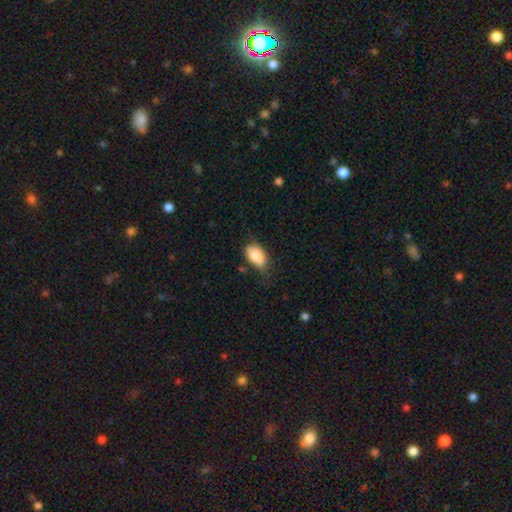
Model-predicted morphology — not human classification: A smooth galaxy with no disk features (85%) that is in between round and cigar-shaped (91%).

Vote fractions:
- Smooth or featured? smooth: 85% / featured or disk: 8% / star or artifact: 7%
- How rounded? in between: 91% / round: 7% / cigar-shaped: 2%
- Merging? none: 54% / minor disturbance: 35% / major disturbance: 9% / merger: 3%